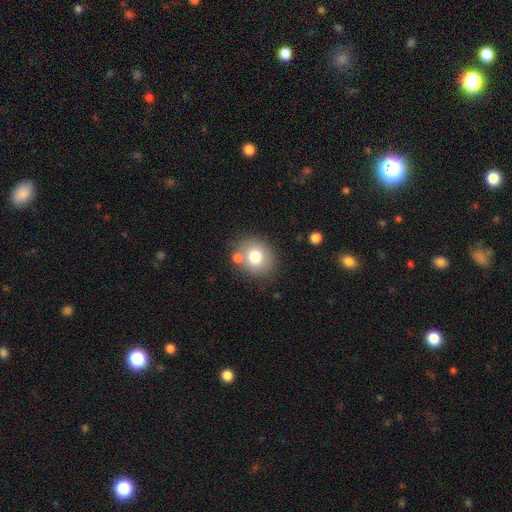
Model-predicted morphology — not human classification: Smooth or featured: smooth — 70% (star or artifact — 19%)
How rounded: round — 82% (in between — 17%)
Merging: none — 76% (merger — 13%)